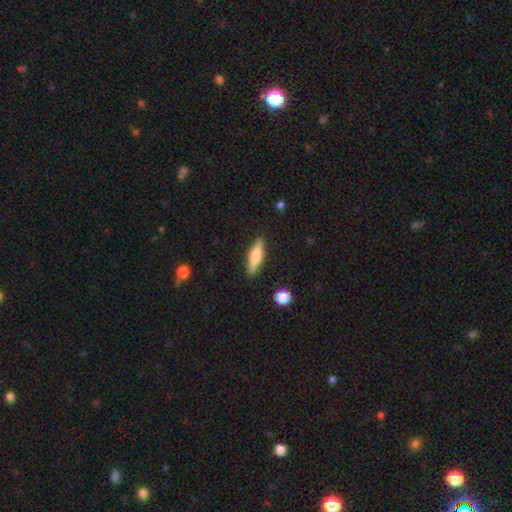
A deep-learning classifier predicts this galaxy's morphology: Smooth or featured? Predicted: smooth (p=0.50). Merging? Predicted: none (p=0.88).